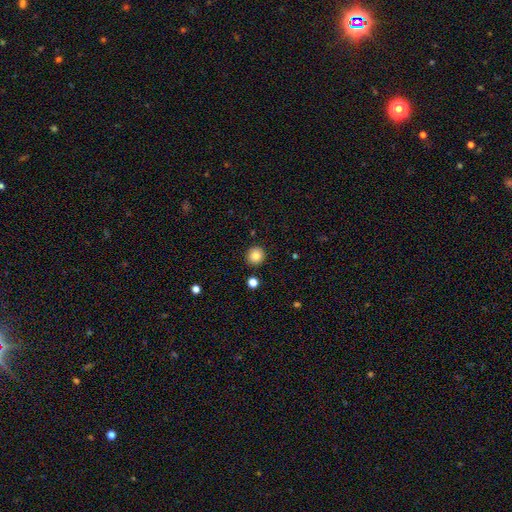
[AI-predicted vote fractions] Smooth or featured? Predicted: smooth (p=0.85). How rounded? Predicted: round (p=0.92). Merging? Predicted: none (p=0.90).